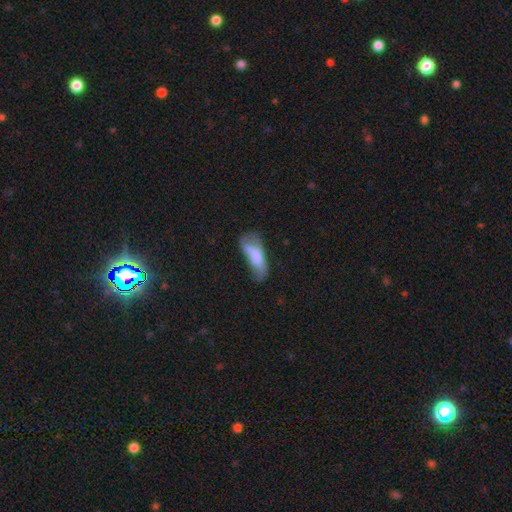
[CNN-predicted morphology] type=smooth (64%); roundness=in between (67%); merging=major disturbance (32%).